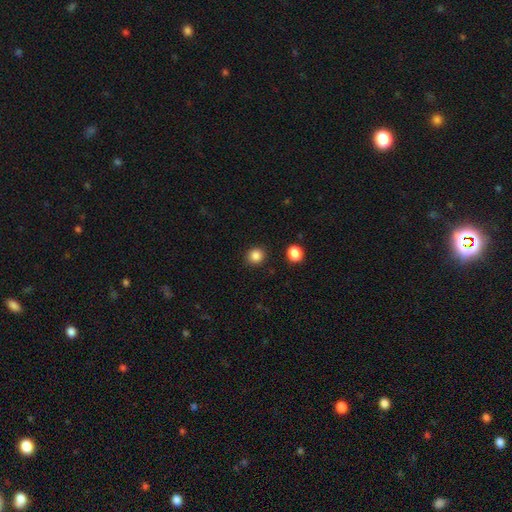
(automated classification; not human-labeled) The model was most divided on "smooth or featured": smooth: 86%, star or artifact: 11%, featured or disk: 3%. More confident: merging — none (90%); how rounded — round (89%).